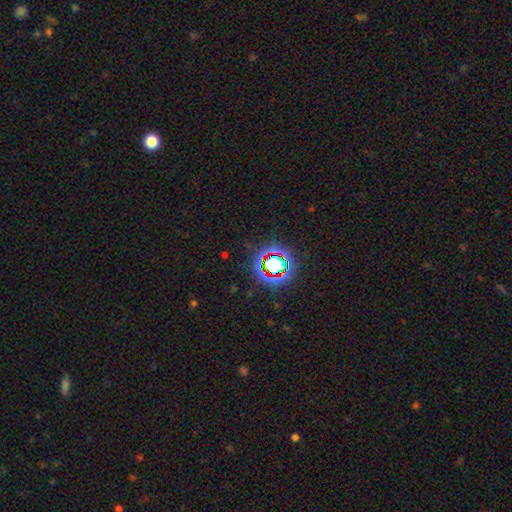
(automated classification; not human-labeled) Q: Smooth or featured?
A: star or artifact (77%); runner-up: smooth (14%)